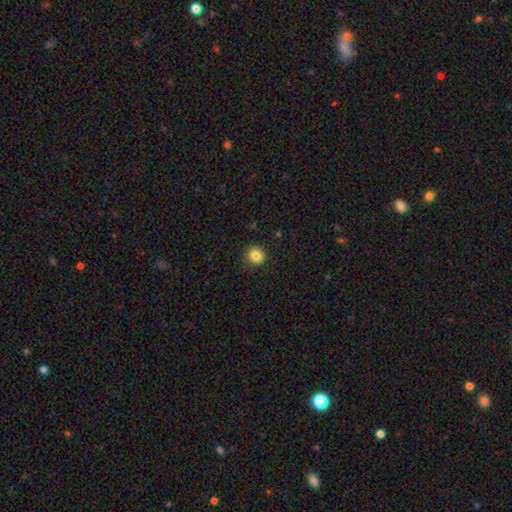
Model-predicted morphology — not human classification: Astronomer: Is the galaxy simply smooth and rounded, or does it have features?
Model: smooth — 85%.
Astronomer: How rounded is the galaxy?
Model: round — 89%.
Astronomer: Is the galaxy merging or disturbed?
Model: none — 90%.